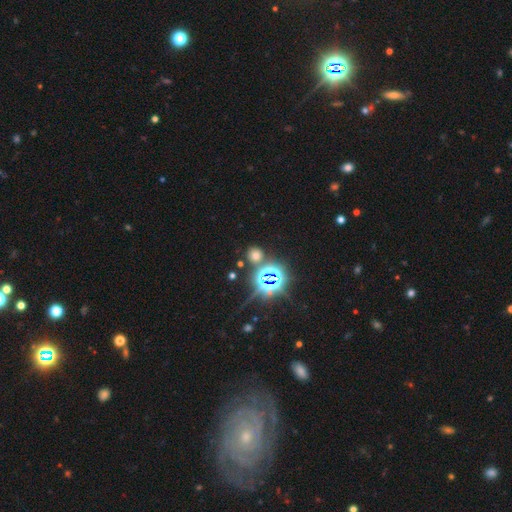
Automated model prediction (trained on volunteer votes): A smooth galaxy with no disk features (50%).

Vote fractions:
- Smooth or featured? smooth: 50% / star or artifact: 43% / featured or disk: 7%
- Merging? none: 81% / minor disturbance: 8% / merger: 7% / major disturbance: 4%